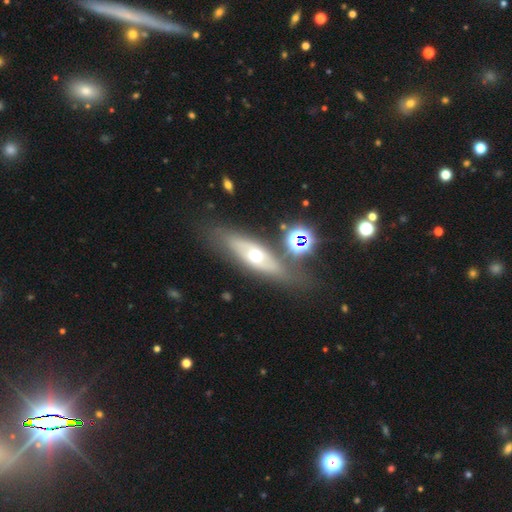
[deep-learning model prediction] smooth_or_featured: featured or disk (p=0.48) [alt: smooth p=0.41]
merging: none (p=0.69) [alt: minor disturbance p=0.15]